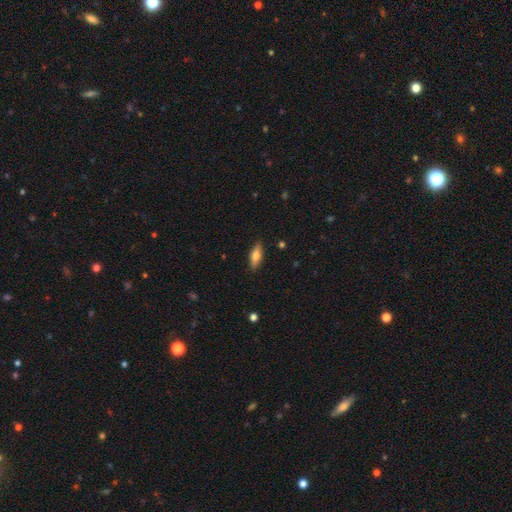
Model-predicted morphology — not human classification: Smooth or featured: smooth — 61% (featured or disk — 32%)
How rounded: in between — 52% (cigar-shaped — 45%)
Merging: none — 87% (minor disturbance — 10%)